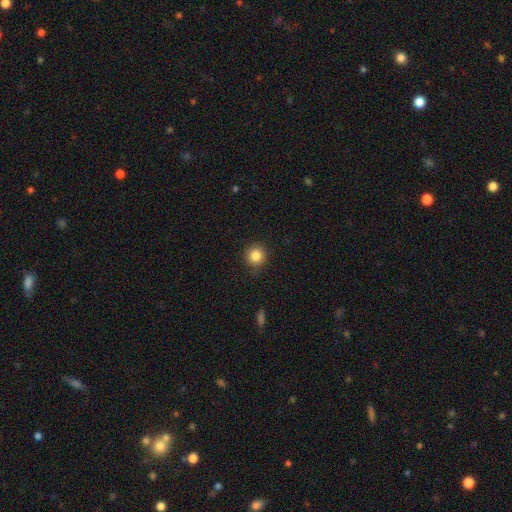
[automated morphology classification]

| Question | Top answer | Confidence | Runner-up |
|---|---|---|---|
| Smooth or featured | smooth | 85% | star or artifact (10%) |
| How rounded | round | 93% | in between (6%) |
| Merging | none | 87% | minor disturbance (9%) |